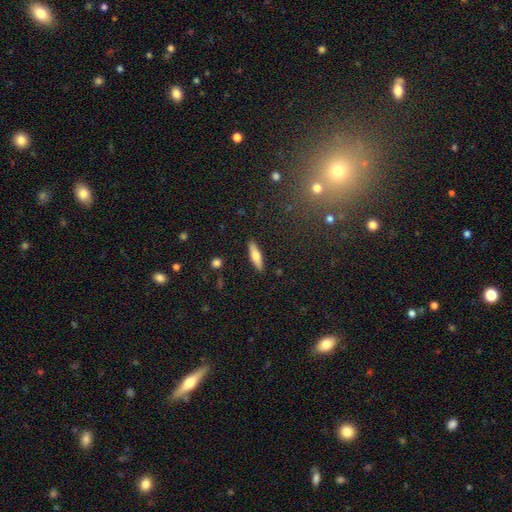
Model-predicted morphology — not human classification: This is possibly a smooth galaxy (59%). How rounded: likely cigar-shaped (69%). Merging: clearly none (90%).